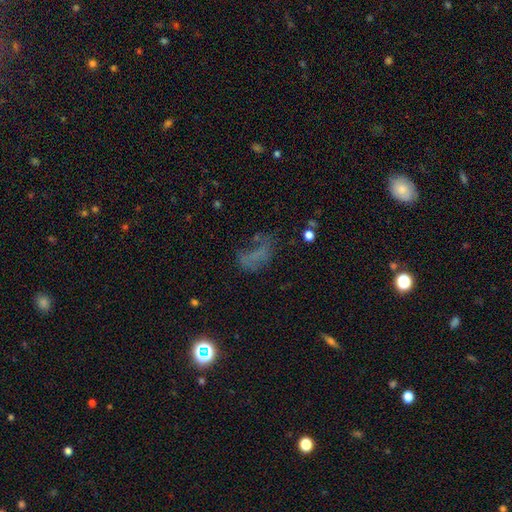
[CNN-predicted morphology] This is marginally a smooth galaxy (41%). Merging: marginally none (38%).